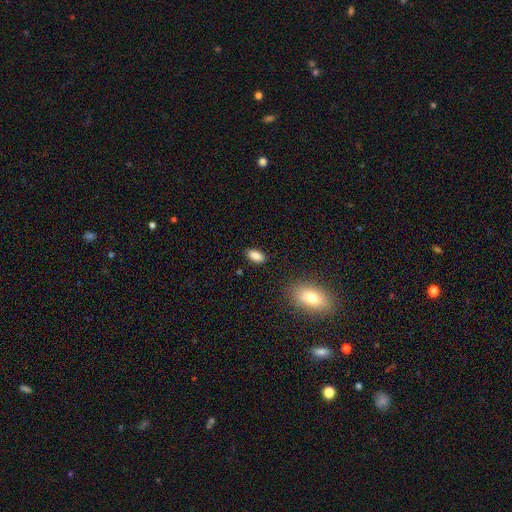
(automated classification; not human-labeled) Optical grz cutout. It shows a smooth galaxy with no disk features (86%) that is in between round and cigar-shaped (90%). Merging: none (86%).